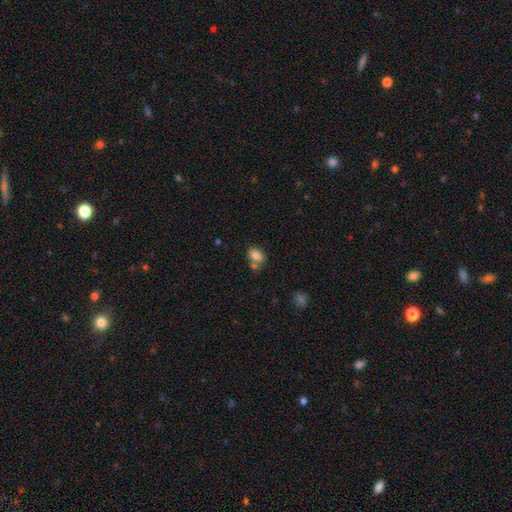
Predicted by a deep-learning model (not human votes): A smooth galaxy with no disk features (83%) that is in between round and cigar-shaped (69%). Merging: none (60%).